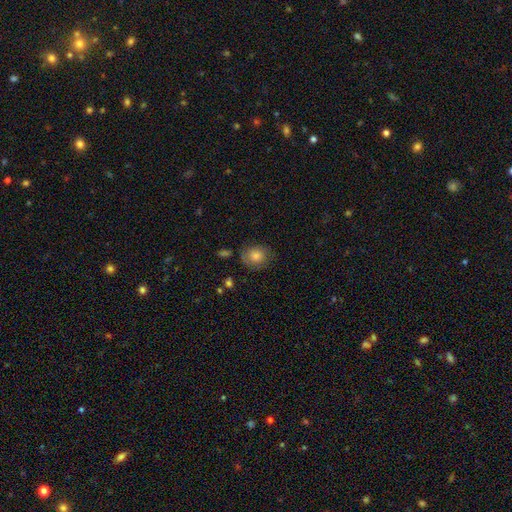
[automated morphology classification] type=smooth (67%); roundness=round (68%); merging=none (70%).